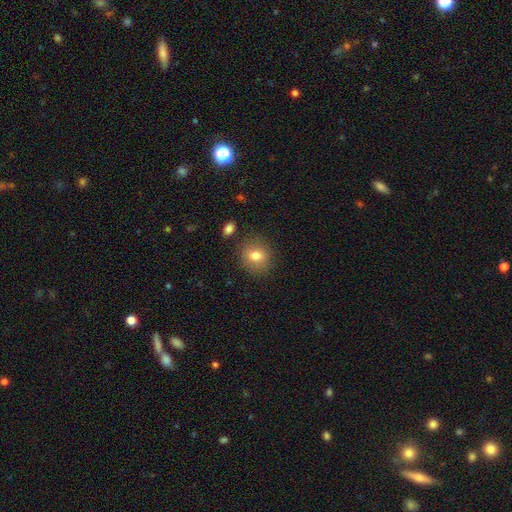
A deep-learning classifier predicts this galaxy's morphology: smooth 78%, featured or disk 12%, star or artifact 10%. Down the decision tree: how rounded — round (70%); merging — none (84%).